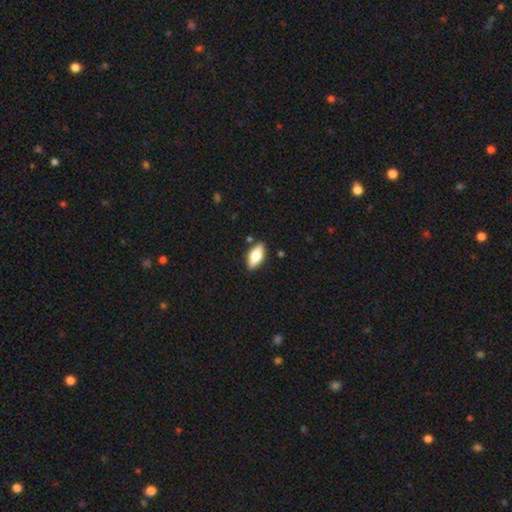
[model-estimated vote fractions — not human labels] The model was most divided on "smooth or featured": smooth: 70%, featured or disk: 24%, star or artifact: 6%. More confident: merging — none (86%); how rounded — in between (83%).